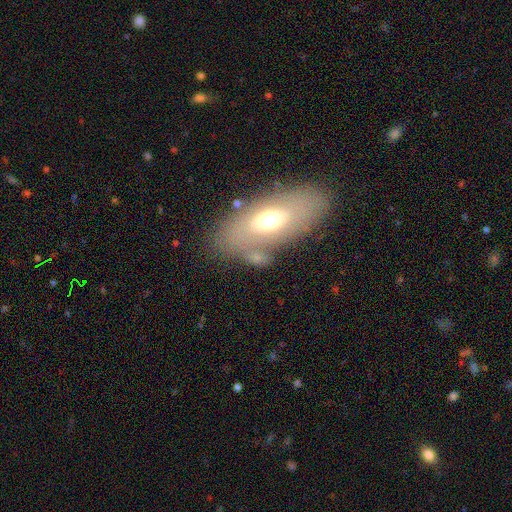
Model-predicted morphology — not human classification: smooth_or_featured: smooth (p=0.52) [alt: featured or disk p=0.37]
how_rounded: in between (p=0.82) [alt: cigar-shaped p=0.09]
merging: none (p=0.63) [alt: minor disturbance p=0.16]